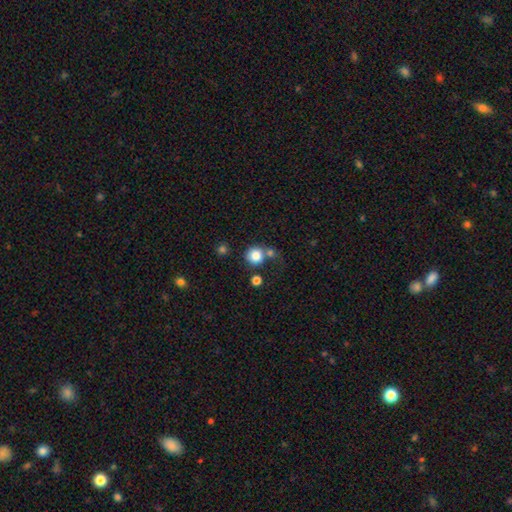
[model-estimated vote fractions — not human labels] The model was most divided on "merging": none: 62%, merger: 21%, minor disturbance: 11%, major disturbance: 5%. More confident: how rounded — round (91%); smooth or featured — smooth (83%).